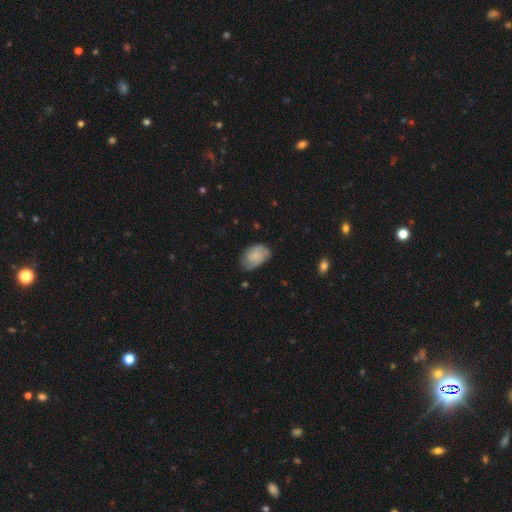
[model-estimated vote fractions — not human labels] smooth 59%, featured or disk 33%, star or artifact 8%. Down the decision tree: how rounded — in between (86%); merging — none (63%).